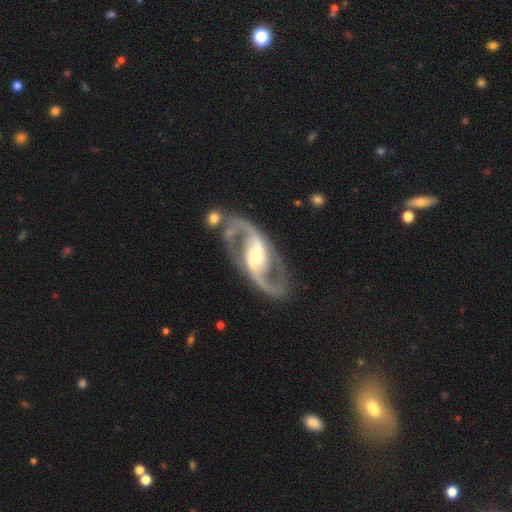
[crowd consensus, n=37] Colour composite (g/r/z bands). It shows a featured or disk galaxy (95%) with a strong bar (58%), 2 (100%) medium (50%) spiral arms (97%) and a moderate central bulge (73%). Merging: none (72%).